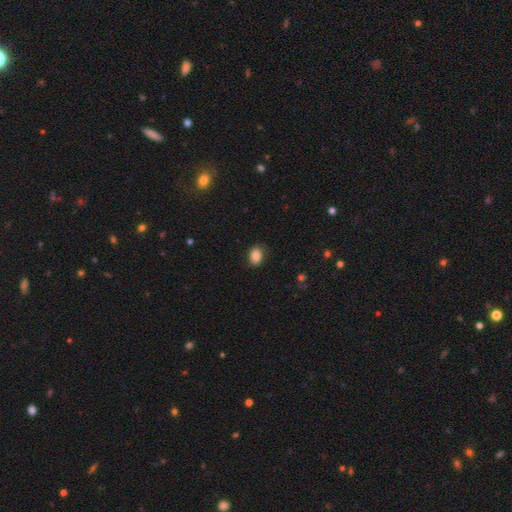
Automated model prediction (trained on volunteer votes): Overall: smooth (84%). How rounded: in between (73%). Merging: none (84%).